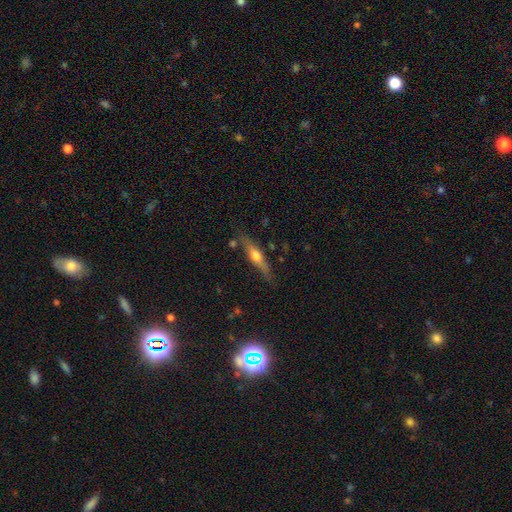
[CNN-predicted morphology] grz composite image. It shows a featured or disk galaxy (58%) viewed edge-on (93%) with a rounded central bulge (87%). Merging: none (78%).